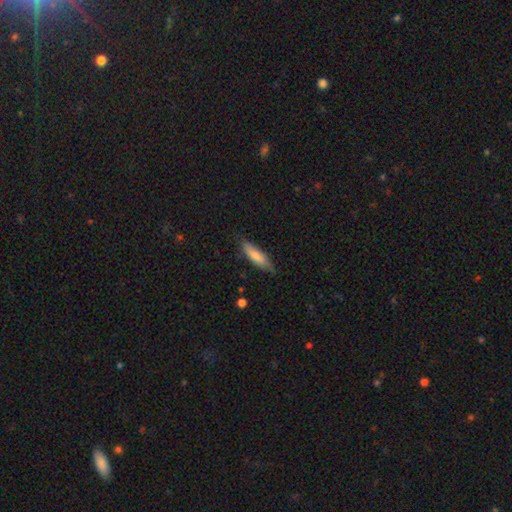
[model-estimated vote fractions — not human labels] smooth 75%, featured or disk 19%, star or artifact 5%. Down the decision tree: how rounded — cigar-shaped (62%); merging — none (78%).